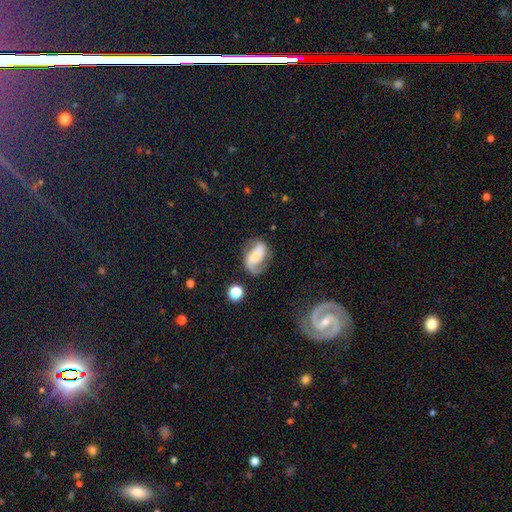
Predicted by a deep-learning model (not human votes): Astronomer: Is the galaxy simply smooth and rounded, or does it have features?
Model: featured or disk — 74%.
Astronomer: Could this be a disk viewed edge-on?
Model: no — 96%.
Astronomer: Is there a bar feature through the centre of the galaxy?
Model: no — 40% (runner-up: weak, 32%).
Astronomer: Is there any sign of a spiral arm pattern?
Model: yes — 93%.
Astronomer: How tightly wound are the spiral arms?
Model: loose — 50% (runner-up: medium, 36%).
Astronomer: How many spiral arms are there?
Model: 2 — 79%.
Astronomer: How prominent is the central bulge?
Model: small — 48% (runner-up: moderate, 35%).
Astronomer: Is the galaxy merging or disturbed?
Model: none — 64%.